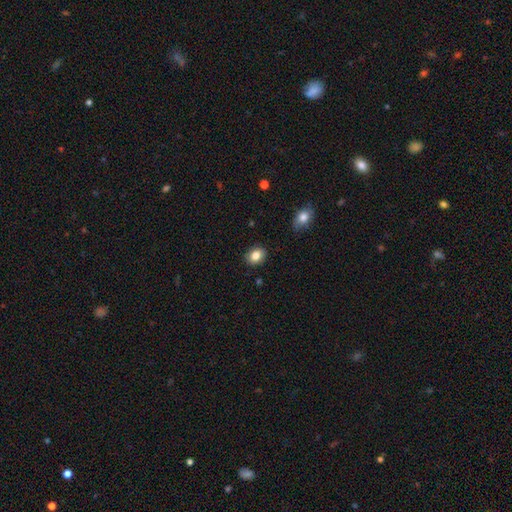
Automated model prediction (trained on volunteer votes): smooth-or-featured: smooth: 83% | star or artifact: 9% | featured or disk: 8%
  how-rounded: in between: 53% | round: 46% | cigar-shaped: 1%
  merging: none: 88% | minor disturbance: 9% | major disturbance: 2% | merger: 1%